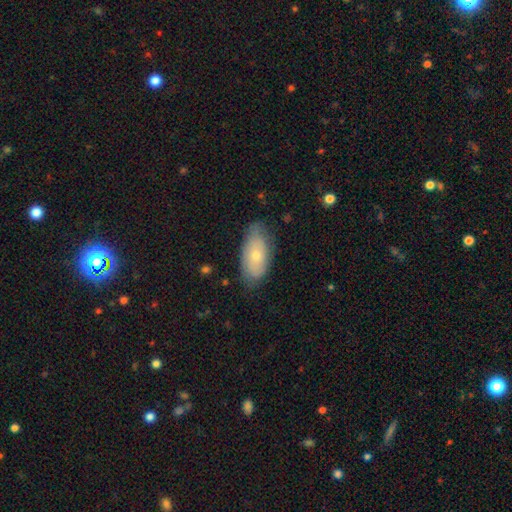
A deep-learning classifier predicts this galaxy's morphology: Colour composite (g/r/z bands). It shows a smooth galaxy with no disk features (62%) that is in between round and cigar-shaped (91%). Merging: none (69%).